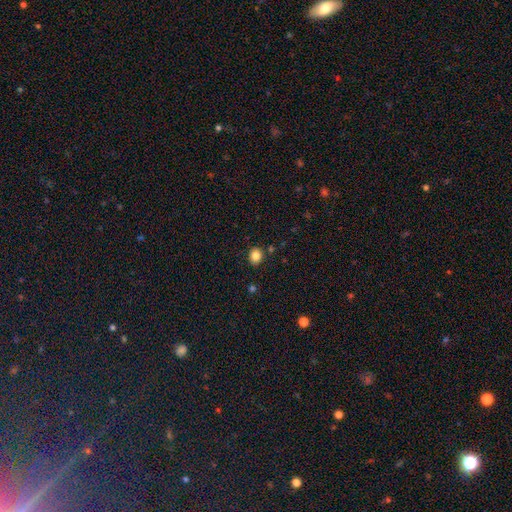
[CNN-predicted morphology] type=smooth (84%); roundness=round (59%); merging=none (86%).